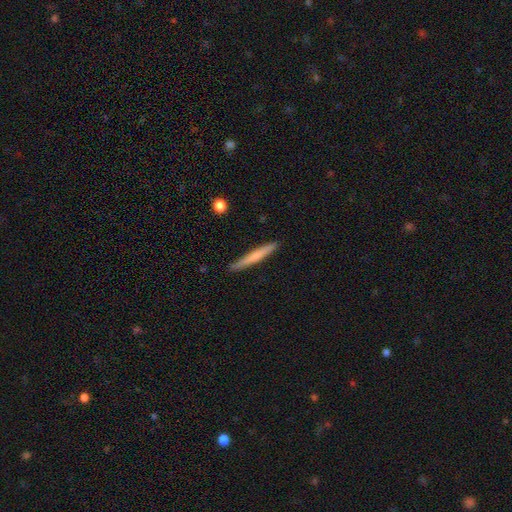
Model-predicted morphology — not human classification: Smooth or featured?
  - smooth: 55% *
  - featured or disk: 39%
  - star or artifact: 5%
How rounded?
  - cigar-shaped: 96% *
  - in between: 3%
  - round: 1%
Merging?
  - none: 88% *
  - minor disturbance: 9%
  - major disturbance: 2%
  - merger: 1%